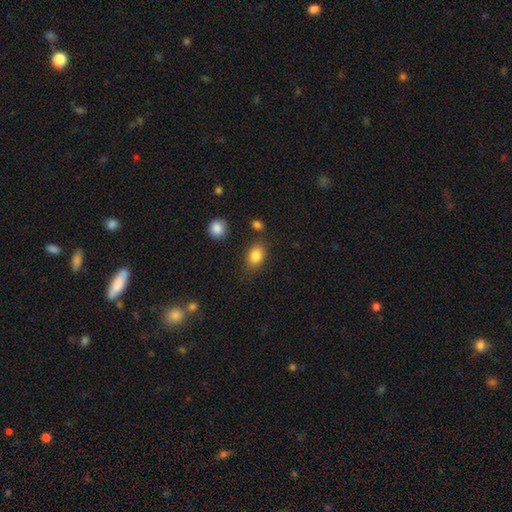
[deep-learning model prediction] This is clearly a smooth galaxy (85%). How rounded: likely in between (72%). Merging: likely none (77%).